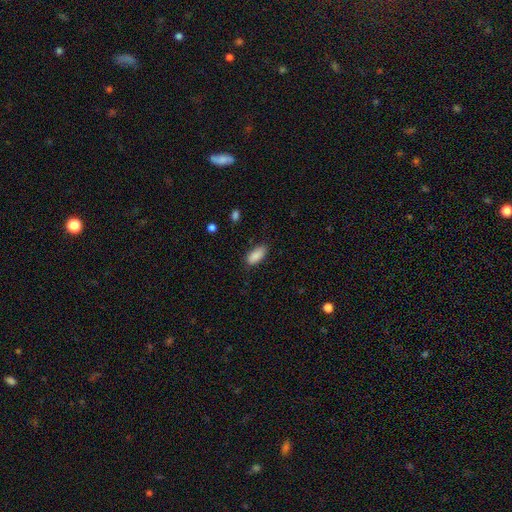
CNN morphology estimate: Smooth or featured?
  - smooth: 89% *
  - star or artifact: 7%
  - featured or disk: 5%
How rounded?
  - in between: 88% *
  - cigar-shaped: 10%
  - round: 2%
Merging?
  - none: 84% *
  - minor disturbance: 12%
  - major disturbance: 3%
  - merger: 1%